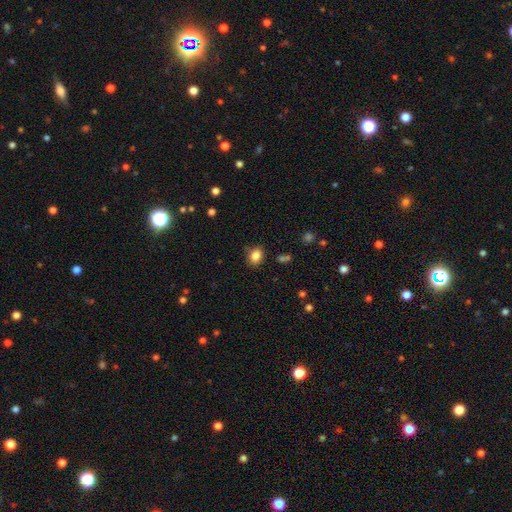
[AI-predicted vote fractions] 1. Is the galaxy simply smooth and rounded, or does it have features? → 84% smooth, 10% star or artifact, 6% featured or disk.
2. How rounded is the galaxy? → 52% in between, 47% round, 1% cigar-shaped.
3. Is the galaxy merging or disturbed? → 82% none, 13% minor disturbance, 3% major disturbance, 2% merger.